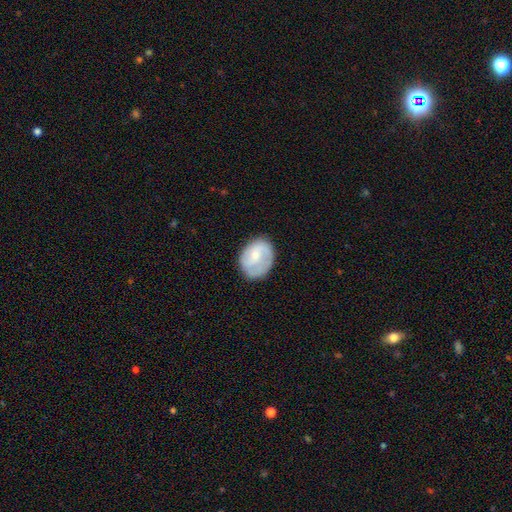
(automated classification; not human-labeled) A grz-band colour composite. It shows a featured or disk galaxy (47%). Merging: none (69%).